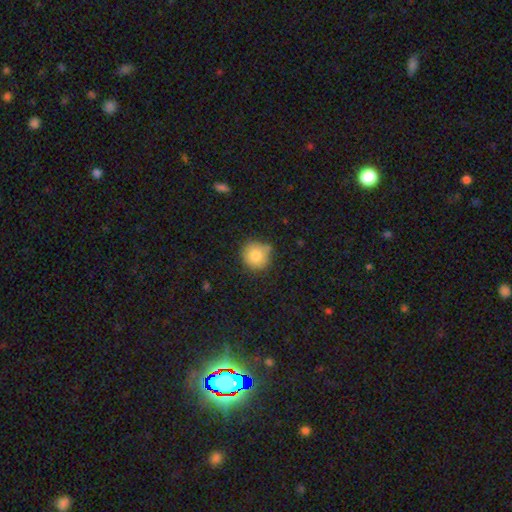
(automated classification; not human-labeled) Smooth or featured? smooth (81%)
How rounded? round (90%)
Merging? none (69%)